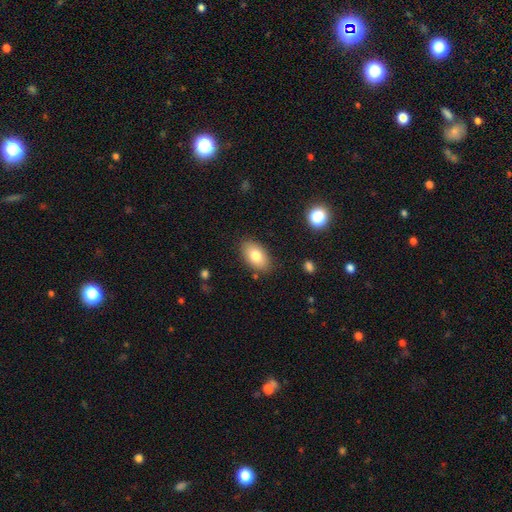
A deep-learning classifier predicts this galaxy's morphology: Overall: smooth (78%). How rounded: in between (93%). Merging: none (85%).